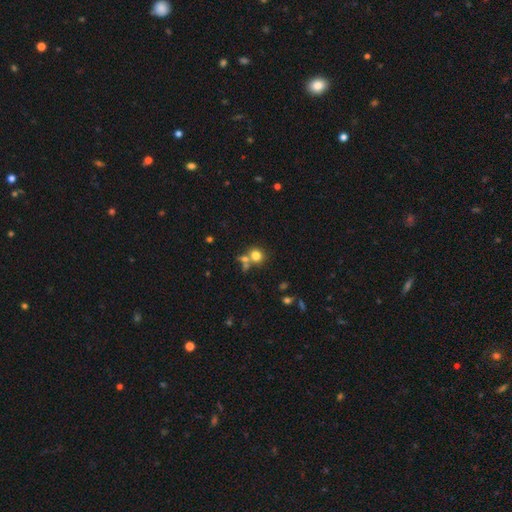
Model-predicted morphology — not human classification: Smooth or featured? Predicted: smooth (p=0.75). How rounded? Predicted: round (p=0.84). Merging? Predicted: none (p=0.54).